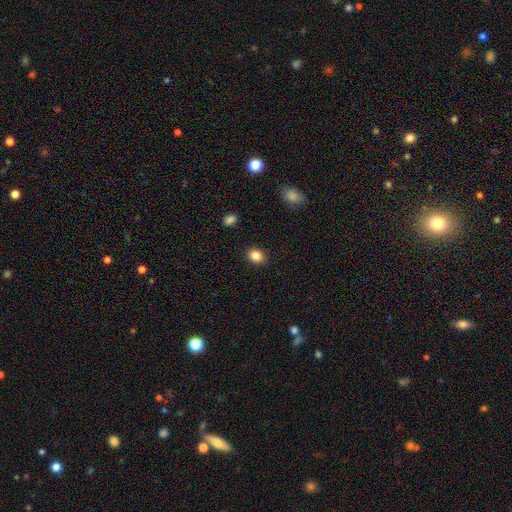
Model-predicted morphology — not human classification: A smooth galaxy with no disk features (85%) that is round (54%).

Vote fractions:
- Smooth or featured? smooth: 85% / star or artifact: 10% / featured or disk: 5%
- How rounded? round: 54% / in between: 45% / cigar-shaped: 1%
- Merging? none: 90% / minor disturbance: 7% / major disturbance: 2% / merger: 1%